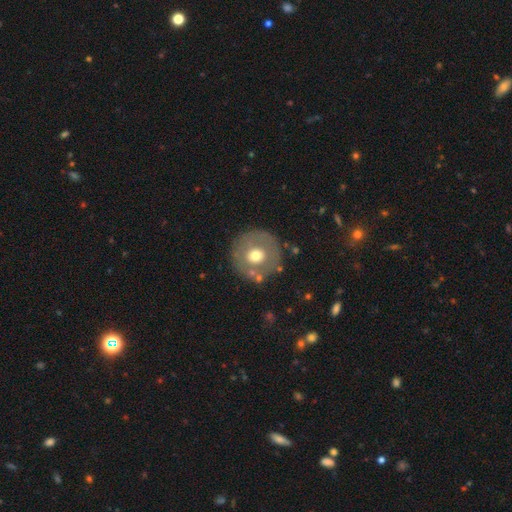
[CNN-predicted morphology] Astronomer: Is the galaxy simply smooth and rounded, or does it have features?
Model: smooth — 57% (runner-up: featured or disk, 35%).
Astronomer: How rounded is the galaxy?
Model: round — 95%.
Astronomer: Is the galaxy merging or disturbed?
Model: none — 82%.